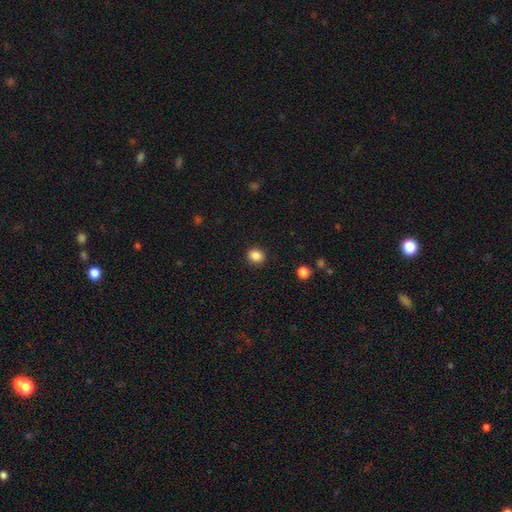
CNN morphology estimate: Smooth or featured? smooth (87%)
How rounded? round (63%)
Merging? none (90%)